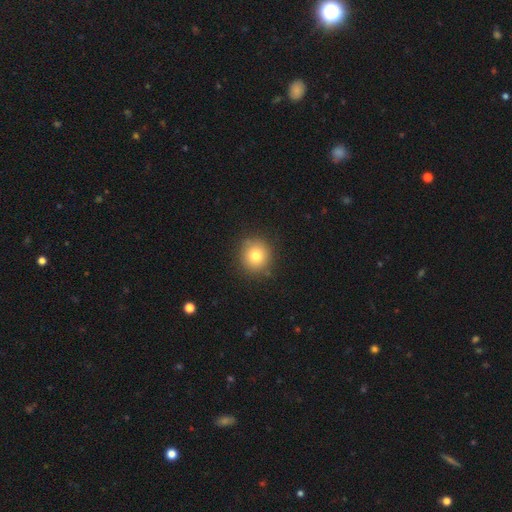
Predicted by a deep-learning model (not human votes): Smooth or featured: smooth — 78% (star or artifact — 11%)
How rounded: round — 91% (in between — 8%)
Merging: none — 87% (minor disturbance — 9%)